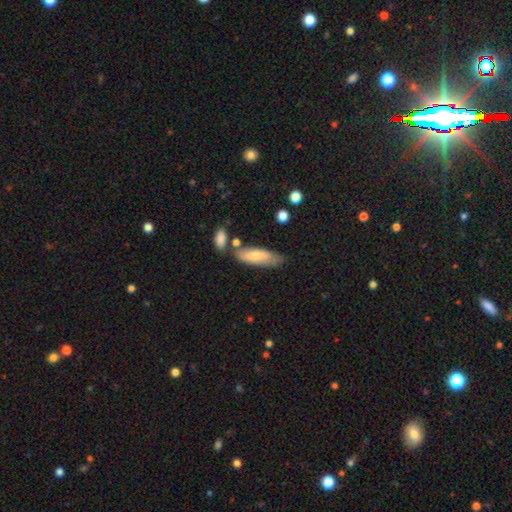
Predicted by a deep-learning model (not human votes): This appears to be a smooth galaxy with no disk features (68%) that is in between round and cigar-shaped (55%). Merging: none (58%).